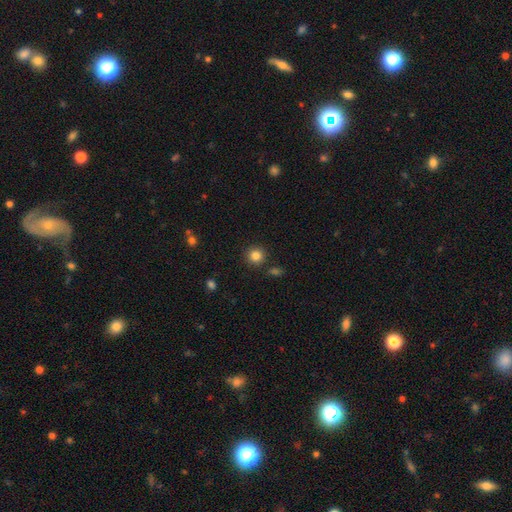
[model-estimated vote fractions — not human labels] Smooth or featured?
  - smooth: 84% *
  - star or artifact: 11%
  - featured or disk: 5%
How rounded?
  - round: 93% *
  - in between: 6%
  - cigar-shaped: 1%
Merging?
  - none: 89% *
  - minor disturbance: 6%
  - merger: 3%
  - major disturbance: 2%